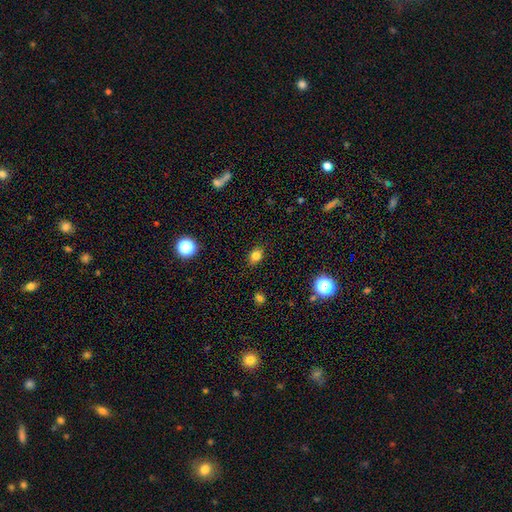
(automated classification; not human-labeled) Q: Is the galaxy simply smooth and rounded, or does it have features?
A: smooth — 80%.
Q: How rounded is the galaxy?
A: in between — 56%.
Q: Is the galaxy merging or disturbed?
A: none — 85%.